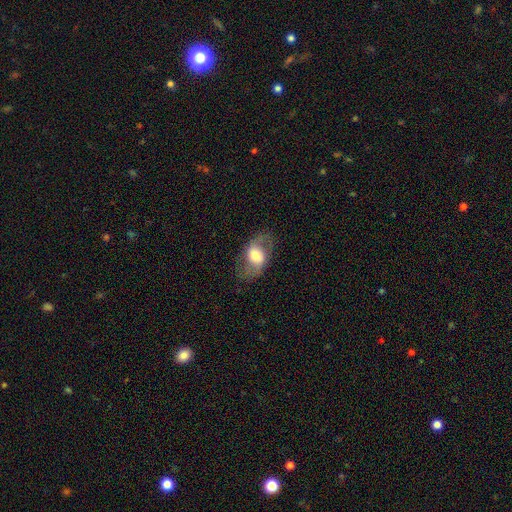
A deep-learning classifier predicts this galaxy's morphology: smooth_or_featured: featured or disk (p=0.52) [alt: smooth p=0.40]
disk_edge_on: no (p=0.91) [alt: yes p=0.09]
merging: none (p=0.74) [alt: minor disturbance p=0.15]